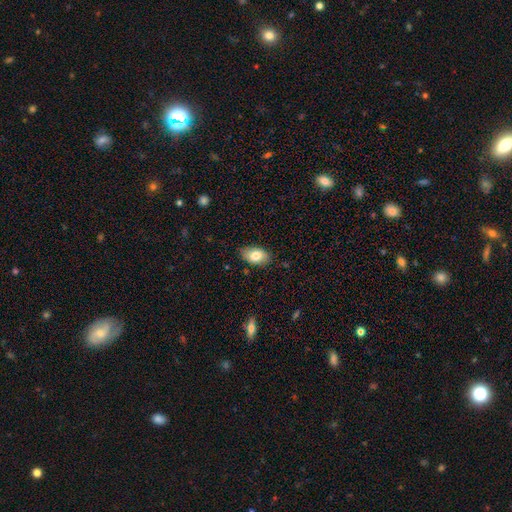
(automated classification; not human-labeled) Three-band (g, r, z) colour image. It shows a smooth galaxy with no disk features (81%) that is in between round and cigar-shaped (91%). Merging: none (81%).